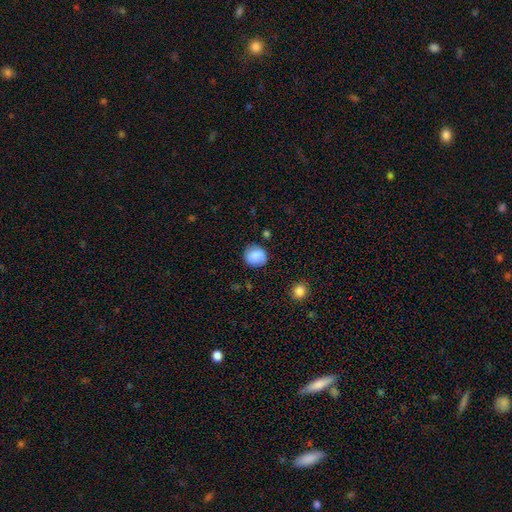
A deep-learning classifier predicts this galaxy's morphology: Smooth or featured? Predicted: smooth (p=0.84). How rounded? Predicted: round (p=0.84). Merging? Predicted: none (p=0.81).